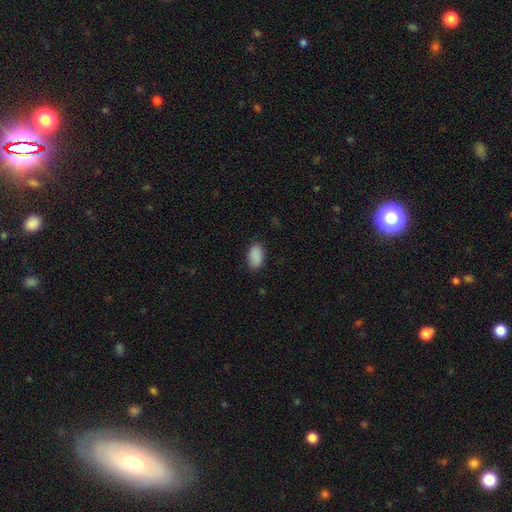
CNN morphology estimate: A smooth galaxy with no disk features (90%) that is in between round and cigar-shaped (93%).

Vote fractions:
- Smooth or featured? smooth: 90% / star or artifact: 7% / featured or disk: 3%
- How rounded? in between: 93% / round: 5% / cigar-shaped: 2%
- Merging? none: 85% / minor disturbance: 12% / major disturbance: 3% / merger: 1%